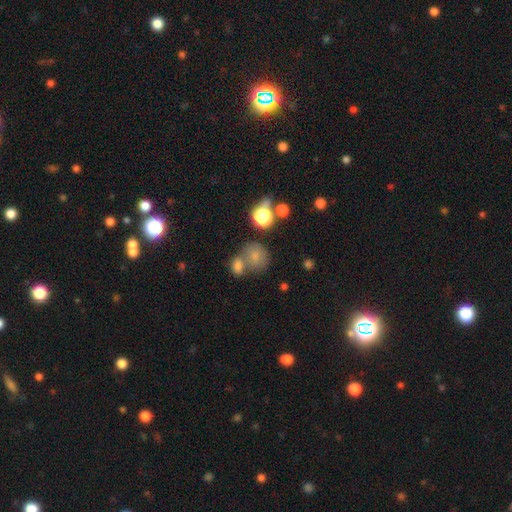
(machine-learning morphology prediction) This appears to be a smooth galaxy with no disk features (73%) that is round (70%). Merging: none (42%).